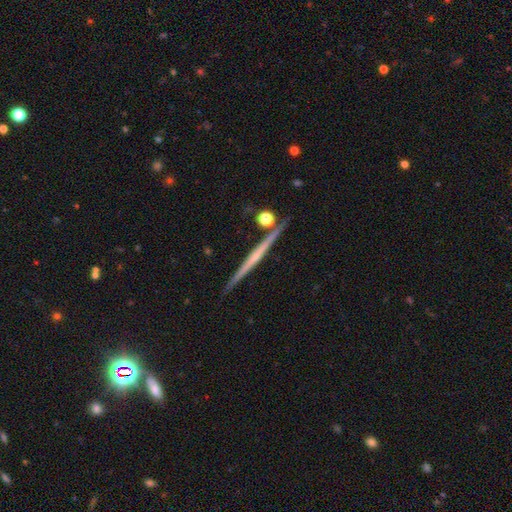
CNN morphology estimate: smooth_or_featured: featured or disk (p=0.72) [alt: smooth p=0.22]
disk_edge_on: yes (p=0.98) [alt: no p=0.02]
edge_on_bulge: none (p=0.68) [alt: rounded p=0.25]
merging: none (p=0.89) [alt: minor disturbance p=0.06]